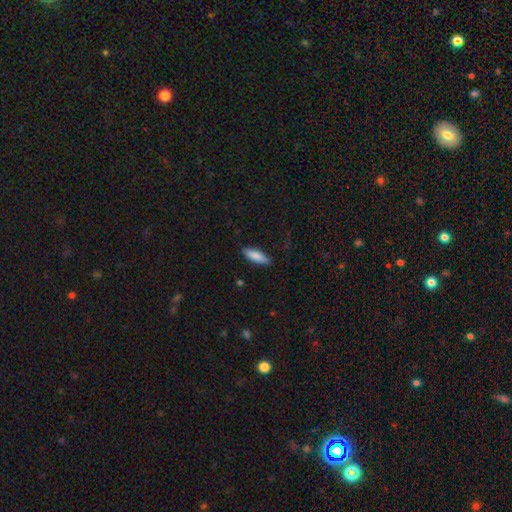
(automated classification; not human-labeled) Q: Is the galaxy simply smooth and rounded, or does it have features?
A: smooth — 79%.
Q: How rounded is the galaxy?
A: cigar-shaped — 54%.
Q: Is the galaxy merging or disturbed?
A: none — 86%.